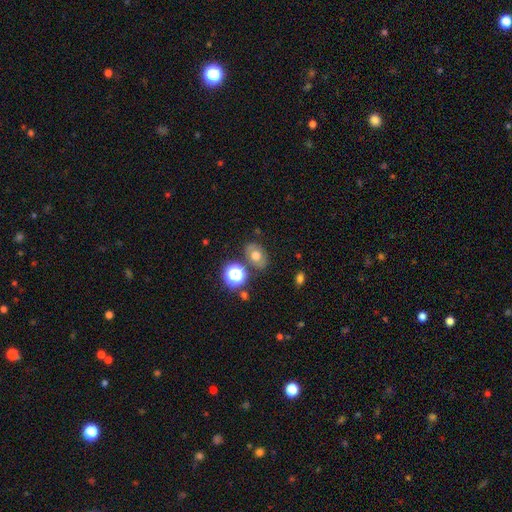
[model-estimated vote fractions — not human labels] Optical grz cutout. It shows a smooth galaxy with no disk features (62%) that is in between round and cigar-shaped (62%). Merging: none (73%).